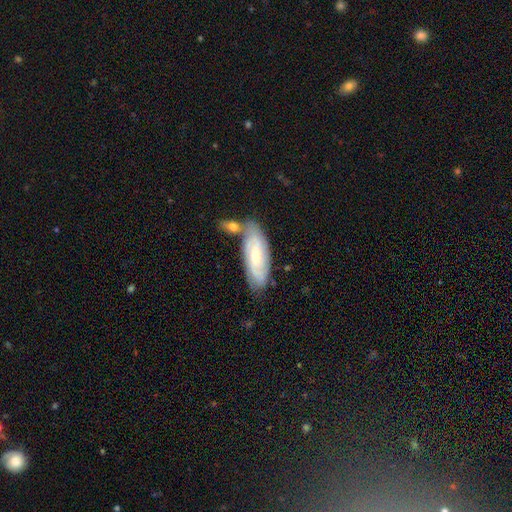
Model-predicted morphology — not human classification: This appears to be a featured or disk galaxy (60%) with no bar (46%), spiral arms (89%) and a small central bulge (57%). Merging: none (59%).